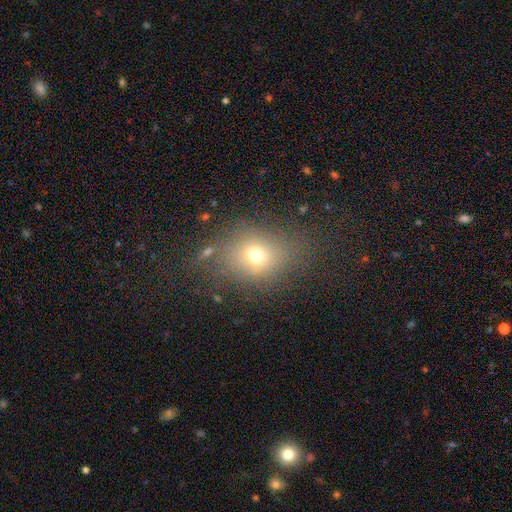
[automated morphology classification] This appears to be a smooth galaxy with no disk features (65%) that is round (56%). Merging: none (68%).